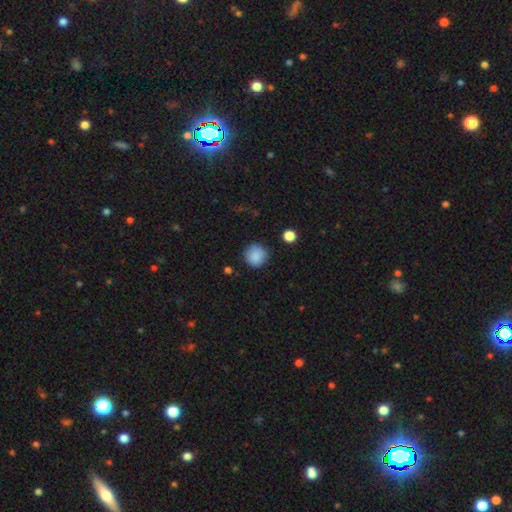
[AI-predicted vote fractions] The model was most divided on "merging": none: 87%, minor disturbance: 9%, major disturbance: 3%, merger: 2%. More confident: how rounded — round (94%); smooth or featured — smooth (88%).